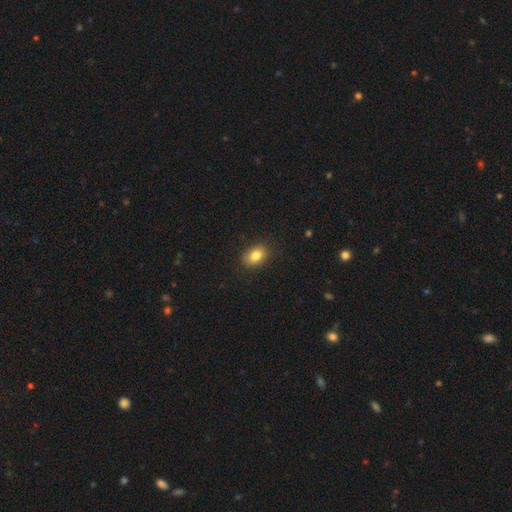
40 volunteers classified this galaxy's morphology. type=smooth (85%); roundness=in between (82%); merging=none (85%).